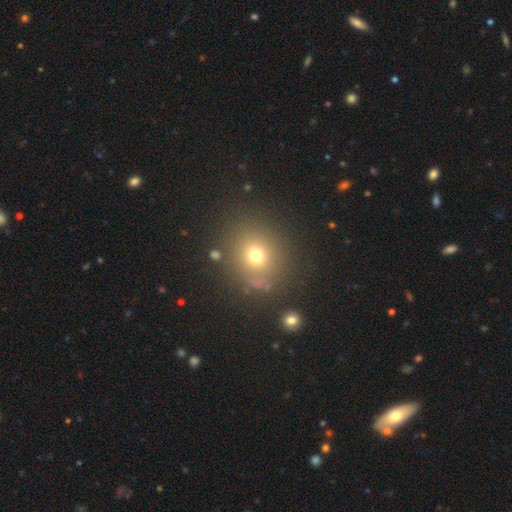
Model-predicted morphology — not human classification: This is likely a smooth galaxy (69%). How rounded: clearly round (83%). Merging: clearly none (81%).